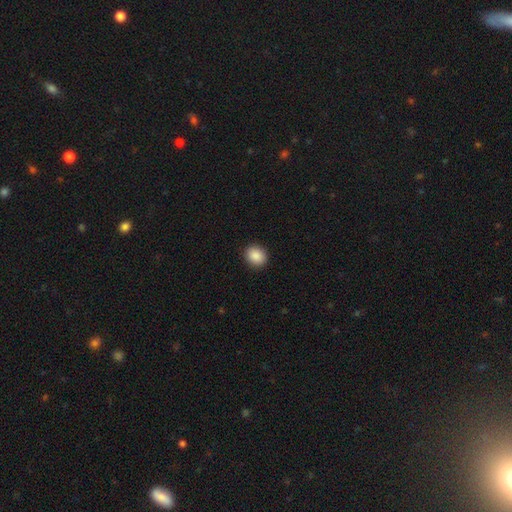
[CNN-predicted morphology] Smooth or featured? Predicted: smooth (p=0.89). How rounded? Predicted: round (p=0.61). Merging? Predicted: none (p=0.91).